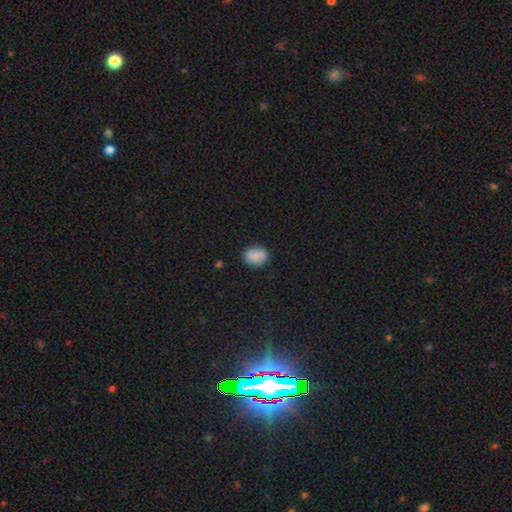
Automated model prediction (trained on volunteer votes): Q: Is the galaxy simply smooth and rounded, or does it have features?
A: smooth — 86%.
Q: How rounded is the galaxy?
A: in between — 67%.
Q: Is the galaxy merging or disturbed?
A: none — 83%.